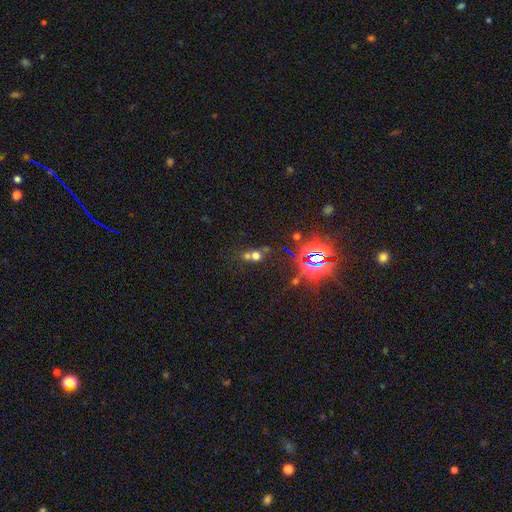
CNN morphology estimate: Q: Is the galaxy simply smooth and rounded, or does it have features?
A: smooth — 51%.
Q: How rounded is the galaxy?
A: round — 72%.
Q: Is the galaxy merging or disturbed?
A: merger — 47%.